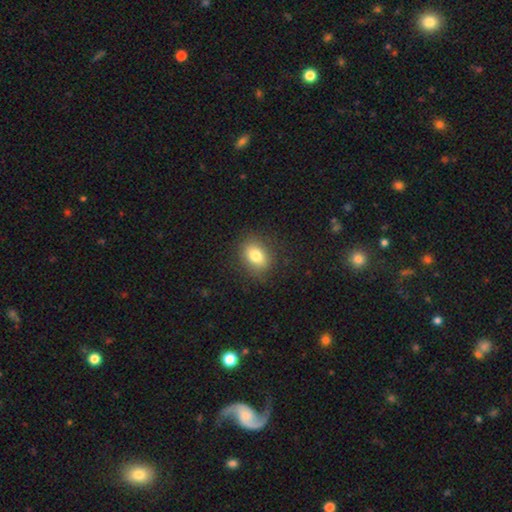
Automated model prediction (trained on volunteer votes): smooth_or_featured: smooth (p=0.80) [alt: featured or disk p=0.10]
how_rounded: in between (p=0.66) [alt: round p=0.33]
merging: none (p=0.84) [alt: minor disturbance p=0.11]